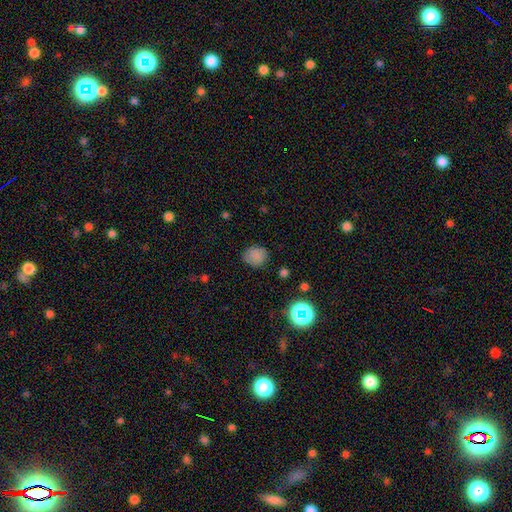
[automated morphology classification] The model was most divided on "how rounded": round: 71%, in between: 28%, cigar-shaped: 1%. More confident: smooth or featured — smooth (80%); merging — none (80%).